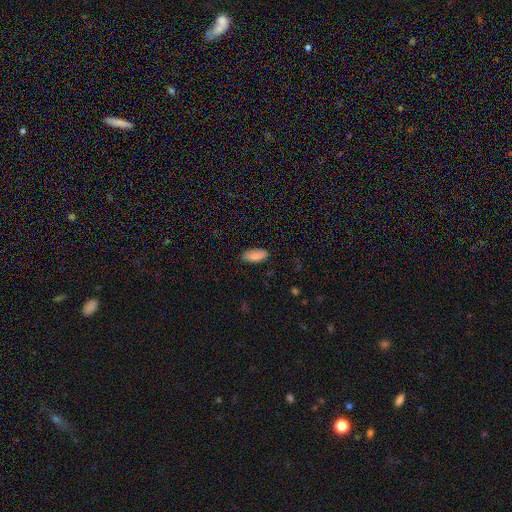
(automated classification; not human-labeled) The model was most divided on "merging": none: 85%, minor disturbance: 12%, major disturbance: 2%, merger: 1%. More confident: smooth or featured — smooth (88%); how rounded — in between (86%).